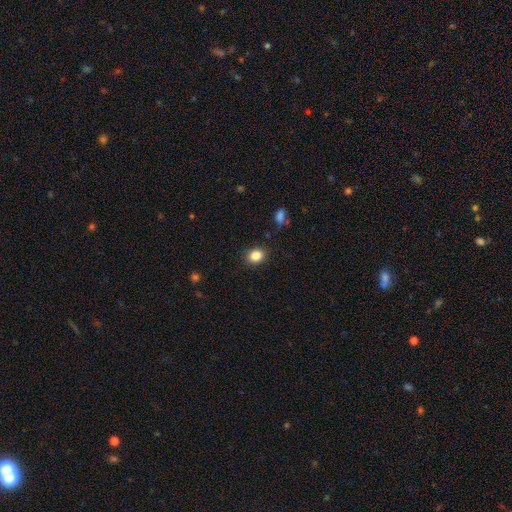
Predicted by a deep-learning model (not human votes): Smooth or featured? Predicted: smooth (p=0.85). How rounded? Predicted: round (p=0.52). Merging? Predicted: none (p=0.87).